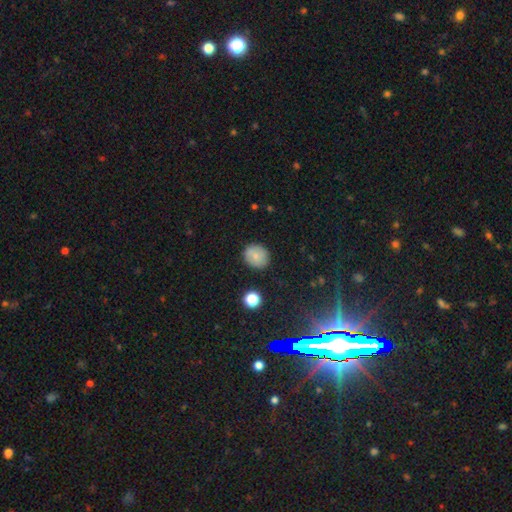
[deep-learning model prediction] smooth 77%, featured or disk 13%, star or artifact 10%. Down the decision tree: how rounded — round (75%); merging — none (85%).